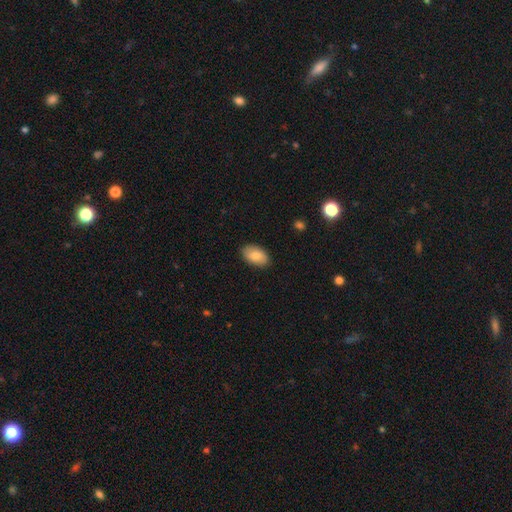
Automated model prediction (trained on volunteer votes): Q: Smooth or featured?
A: smooth (83%); runner-up: featured or disk (11%)
Q: How rounded?
A: in between (93%); runner-up: round (5%)
Q: Merging?
A: none (87%); runner-up: minor disturbance (10%)